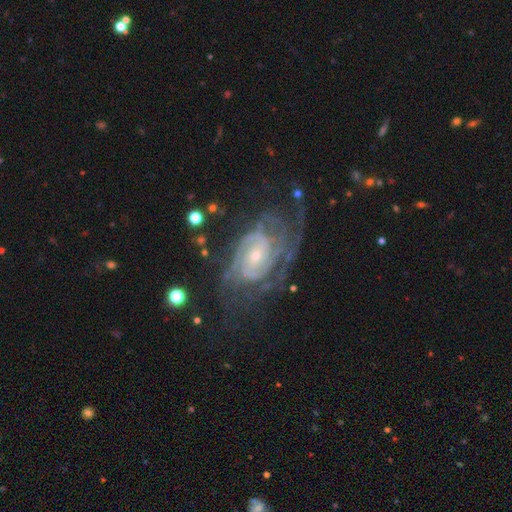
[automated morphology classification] smooth_or_featured: featured or disk (p=0.88) [alt: star or artifact p=0.06]
disk_edge_on: no (p=0.96) [alt: yes p=0.04]
bar: no (p=0.60) [alt: weak p=0.31]
has_spiral_arms: yes (p=0.96) [alt: no p=0.04]
spiral_winding: tight (p=0.62) [alt: medium p=0.30]
spiral_arm_count: 2 (p=0.30) [tied with: can't tell p=0.30]
bulge_size: small (p=0.61) [alt: moderate p=0.34]
merging: none (p=0.59) [alt: minor disturbance p=0.20]